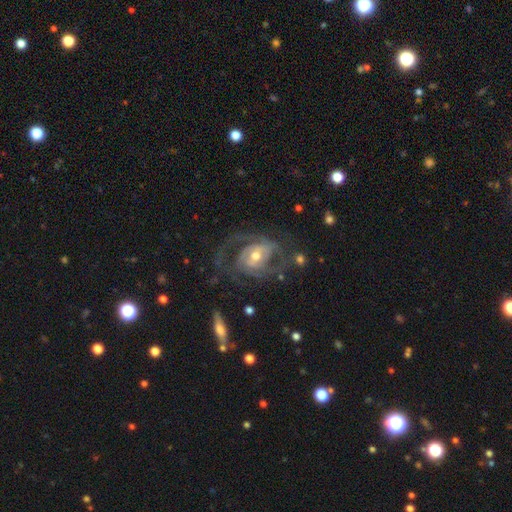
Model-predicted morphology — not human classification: Q: Smooth or featured?
A: featured or disk (86%); runner-up: smooth (8%)
Q: Edge-on disk?
A: no (97%); runner-up: yes (3%)
Q: Bar?
A: no (43%); runner-up: weak (40%)
Q: Spiral arms?
A: yes (92%); runner-up: no (8%)
Q: Spiral winding?
A: medium (46%); runner-up: tight (35%)
Q: Spiral arm count?
A: 2 (45%); runner-up: 3 (20%)
Q: Bulge size?
A: moderate (66%); runner-up: small (27%)
Q: Merging?
A: none (55%); runner-up: major disturbance (24%)